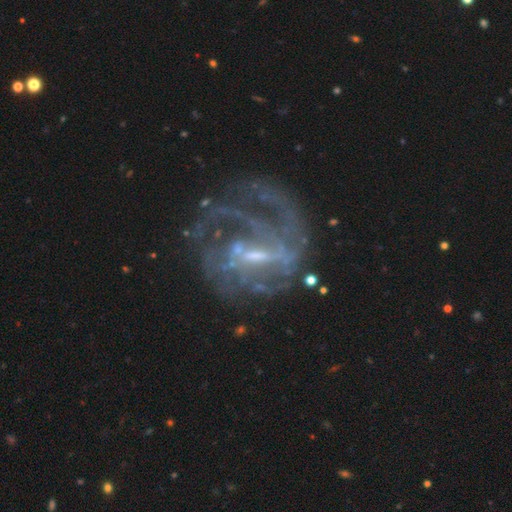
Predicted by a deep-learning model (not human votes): The model was most divided on "spiral winding": medium: 41%, tight: 36%, loose: 23%. Remaining: edge-on disk — no (97%); smooth or featured — featured or disk (86%); spiral arms — yes (86%); merging — none (51%); bar — weak (49%); bulge size — small (47%); spiral arm count — can't tell (34%).